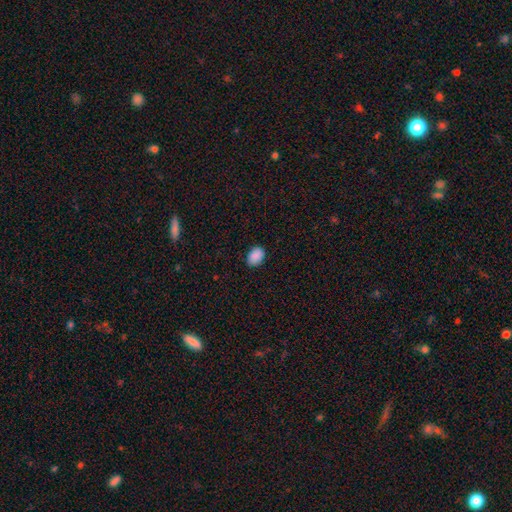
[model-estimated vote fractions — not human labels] This appears to be a smooth galaxy with no disk features (89%) that is in between round and cigar-shaped (73%). Merging: none (87%).